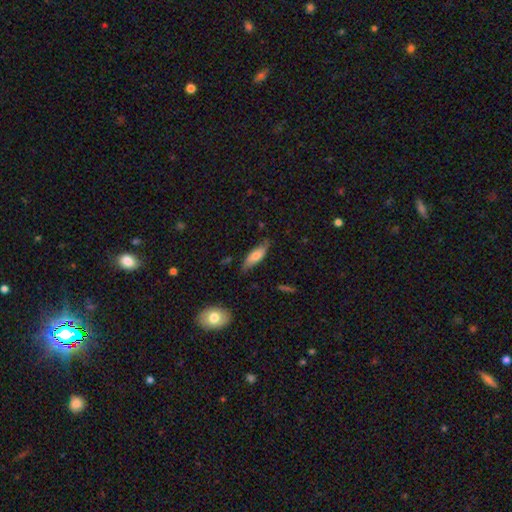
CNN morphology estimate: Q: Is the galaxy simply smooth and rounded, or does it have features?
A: smooth — 69%.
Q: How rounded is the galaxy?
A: in between — 56%.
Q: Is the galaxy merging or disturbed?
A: none — 68%.